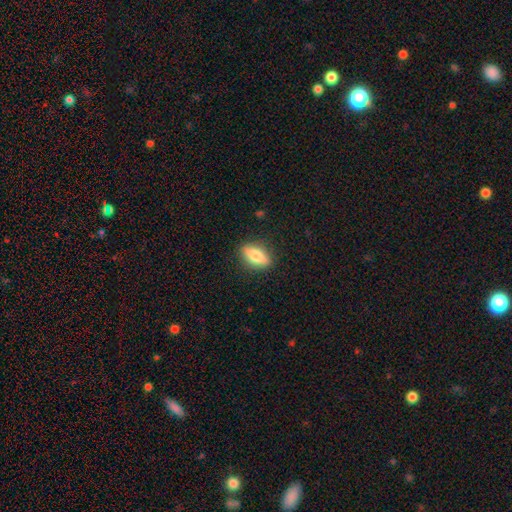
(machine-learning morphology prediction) This is likely a smooth galaxy (69%). How rounded: likely in between (75%). Merging: clearly none (86%).